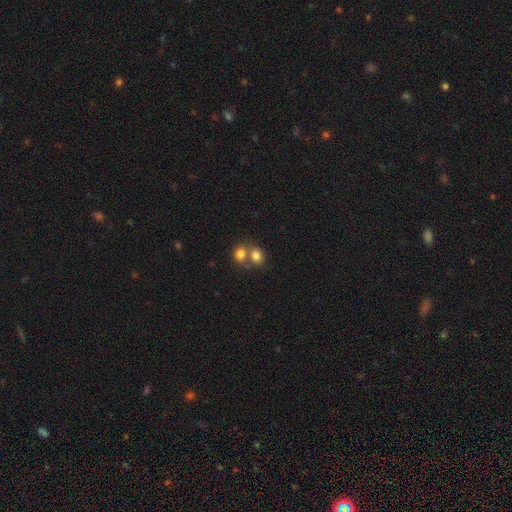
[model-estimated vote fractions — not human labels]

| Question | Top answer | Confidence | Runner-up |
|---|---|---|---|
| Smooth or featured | smooth | 80% | star or artifact (11%) |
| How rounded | round | 60% | in between (39%) |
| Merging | merger | 52% | none (38%) |